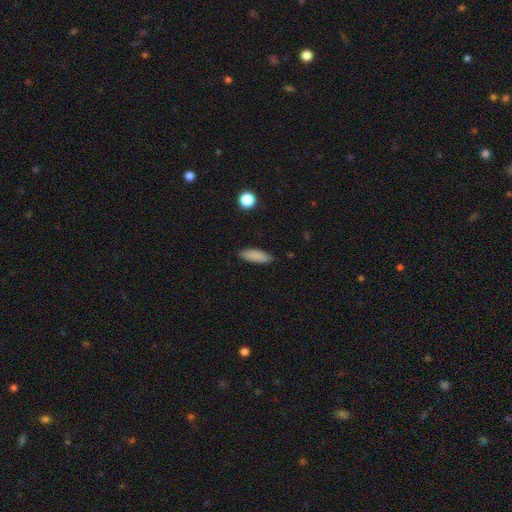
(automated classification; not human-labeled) This appears to be a smooth galaxy with no disk features (86%) that is in between round and cigar-shaped (62%). Merging: none (83%).